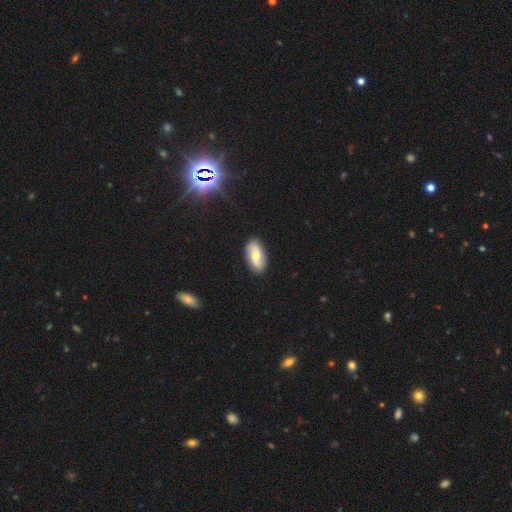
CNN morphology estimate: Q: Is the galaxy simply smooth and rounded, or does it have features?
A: featured or disk — 50%.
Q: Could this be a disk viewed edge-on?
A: no — 90%.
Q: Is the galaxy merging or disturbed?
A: none — 87%.